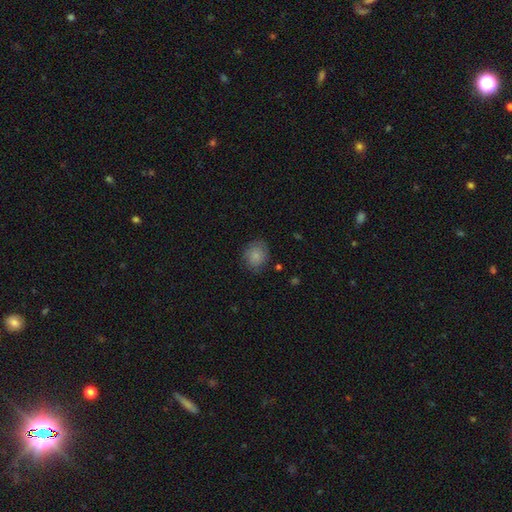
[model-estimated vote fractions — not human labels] smooth 84%, star or artifact 8%, featured or disk 8%. Down the decision tree: how rounded — round (70%); merging — none (79%).